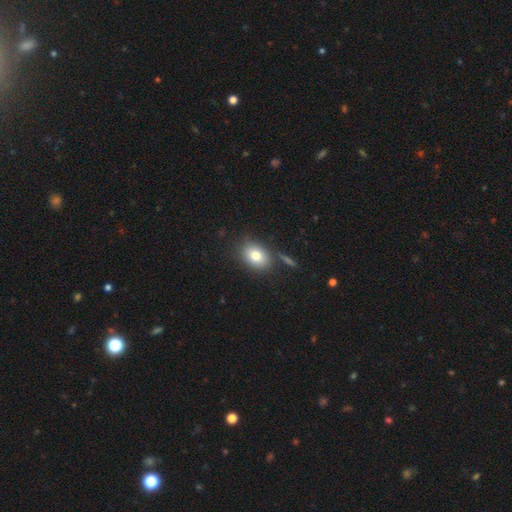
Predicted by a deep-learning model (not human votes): A smooth galaxy with no disk features (80%) that is in between round and cigar-shaped (70%).

Vote fractions:
- Smooth or featured? smooth: 80% / featured or disk: 11% / star or artifact: 9%
- How rounded? in between: 70% / round: 29% / cigar-shaped: 1%
- Merging? none: 76% / minor disturbance: 12% / merger: 7% / major disturbance: 4%